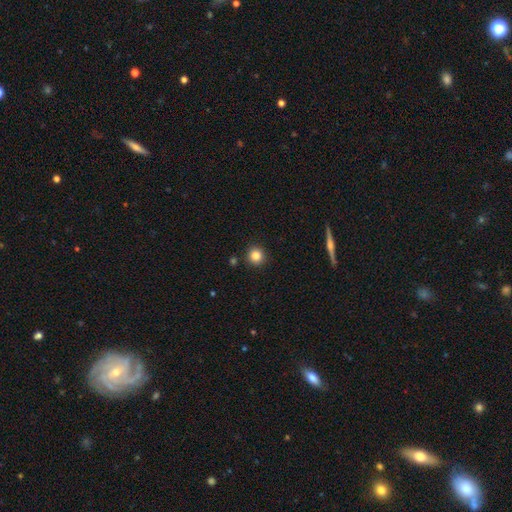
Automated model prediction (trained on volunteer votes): This appears to be a smooth galaxy with no disk features (83%) that is round (94%). Merging: none (90%).